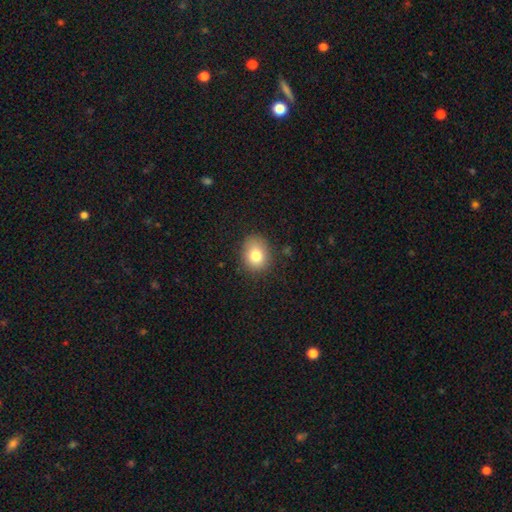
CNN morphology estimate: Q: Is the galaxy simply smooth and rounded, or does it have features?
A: smooth — 78%.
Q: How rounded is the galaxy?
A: round — 57%.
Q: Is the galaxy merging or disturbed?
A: none — 82%.